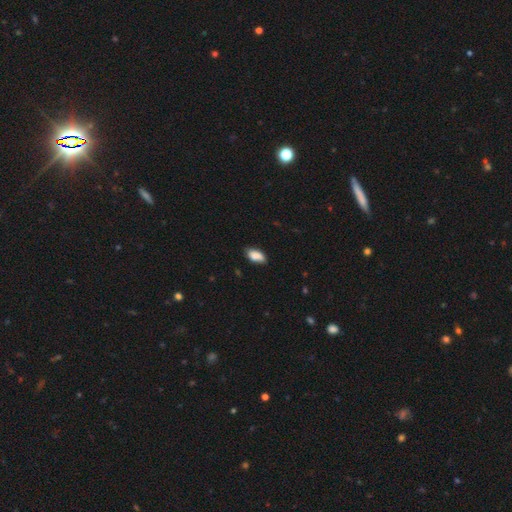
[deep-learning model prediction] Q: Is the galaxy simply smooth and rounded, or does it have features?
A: smooth — 85%.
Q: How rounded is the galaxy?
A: in between — 92%.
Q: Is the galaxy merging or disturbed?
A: none — 74%.